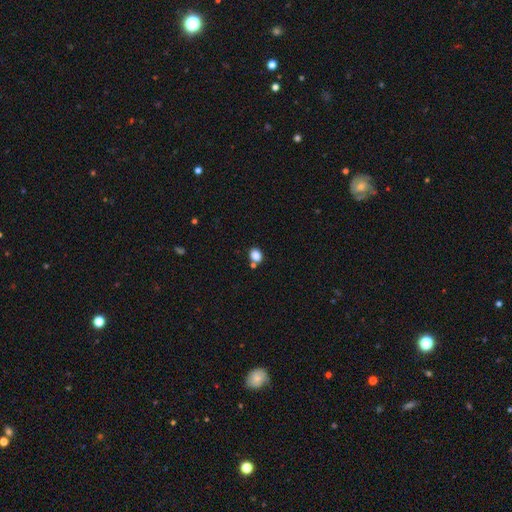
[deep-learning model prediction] Q: Smooth or featured?
A: smooth (85%); runner-up: star or artifact (11%)
Q: How rounded?
A: in between (50%); runner-up: round (49%)
Q: Merging?
A: none (70%); runner-up: merger (15%)